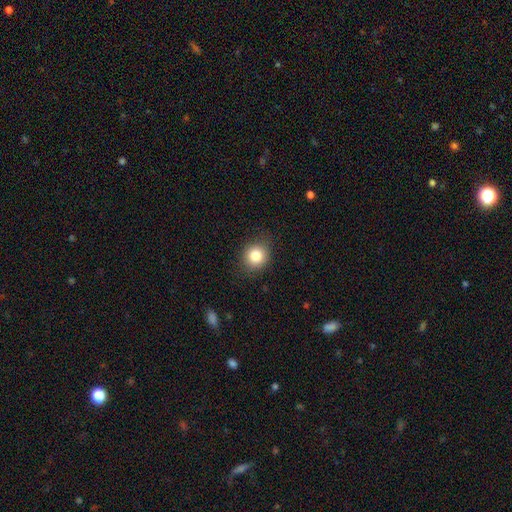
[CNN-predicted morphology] Overall: smooth (82%). How rounded: round (79%). Merging: none (84%).